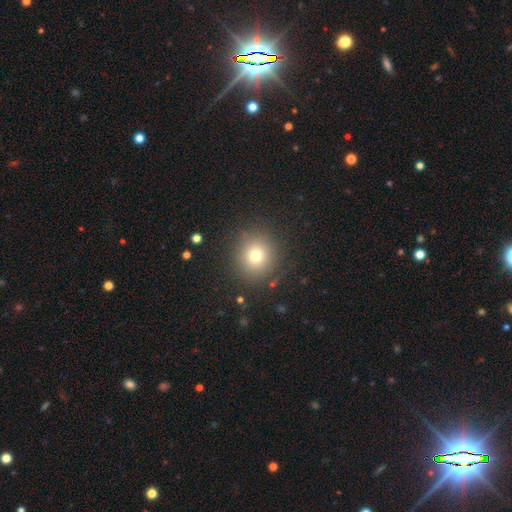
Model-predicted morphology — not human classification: smooth 74%, star or artifact 16%, featured or disk 10%. Down the decision tree: how rounded — round (91%); merging — none (88%).